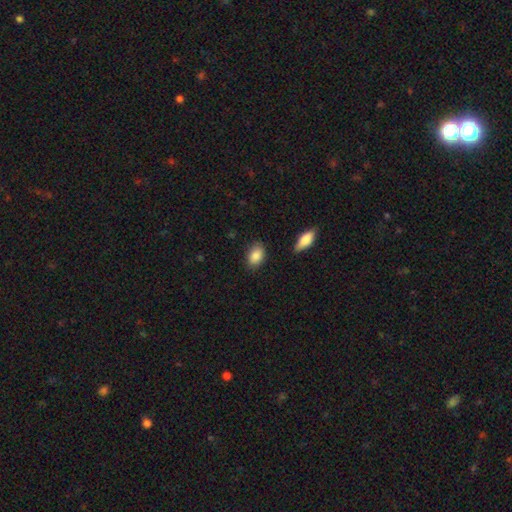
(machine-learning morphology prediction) This is clearly a smooth galaxy (87%). How rounded: clearly in between (85%). Merging: clearly none (82%).